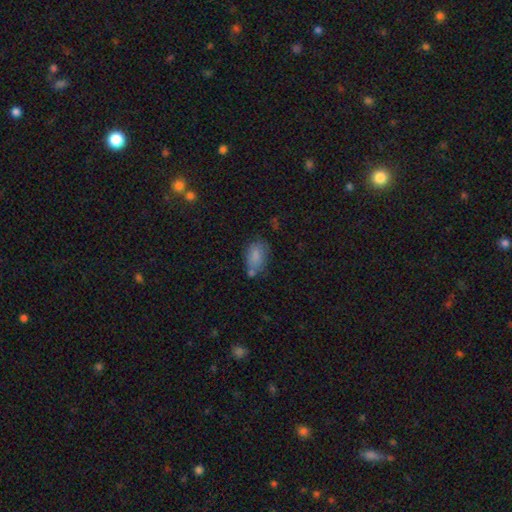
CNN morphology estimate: The model was most divided on "merging": none: 52%, minor disturbance: 23%, merger: 17%, major disturbance: 8%. More confident: how rounded — in between (88%); smooth or featured — smooth (81%).